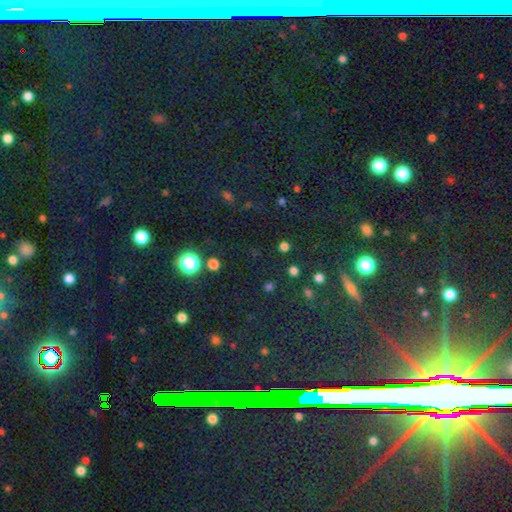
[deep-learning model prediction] Morphology: type=star or artifact (81%).